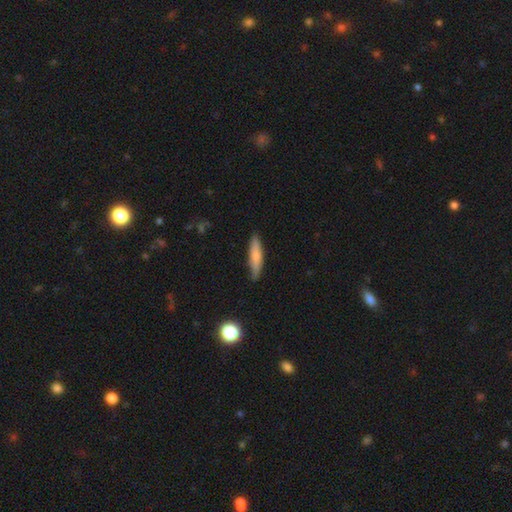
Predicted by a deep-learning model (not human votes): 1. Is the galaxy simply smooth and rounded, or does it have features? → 73% smooth, 21% featured or disk, 6% star or artifact.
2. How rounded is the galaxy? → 81% cigar-shaped, 17% in between, 2% round.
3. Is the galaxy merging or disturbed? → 82% none, 15% minor disturbance, 2% major disturbance, 1% merger.